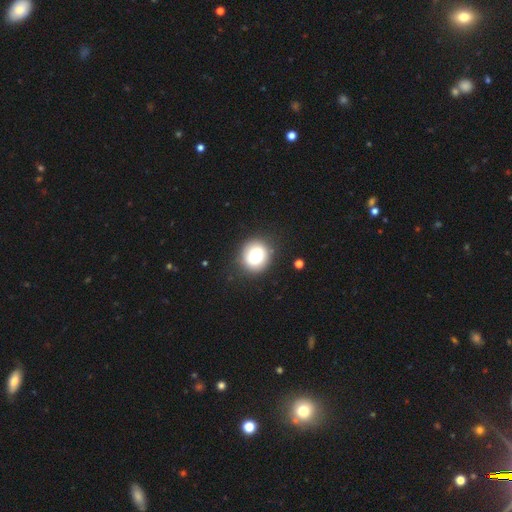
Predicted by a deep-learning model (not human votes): Q: Smooth or featured?
A: smooth (72%); runner-up: featured or disk (19%)
Q: How rounded?
A: round (82%); runner-up: in between (17%)
Q: Merging?
A: none (82%); runner-up: minor disturbance (12%)